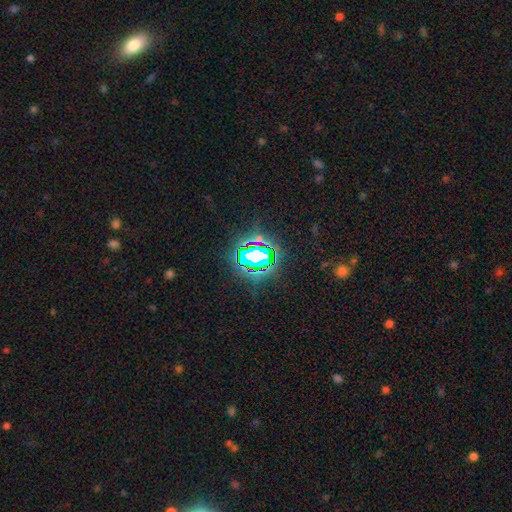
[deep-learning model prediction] Q: Smooth or featured?
A: star or artifact (73%); runner-up: smooth (15%)